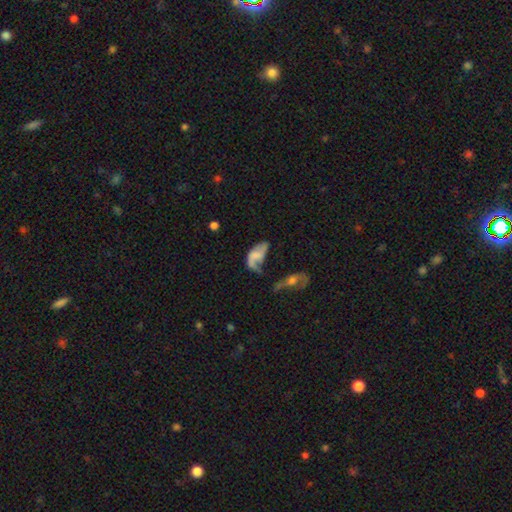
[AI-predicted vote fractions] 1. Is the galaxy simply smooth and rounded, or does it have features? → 50% featured or disk, 40% smooth, 10% star or artifact.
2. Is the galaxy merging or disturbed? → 37% major disturbance, 24% none, 21% minor disturbance, 18% merger.